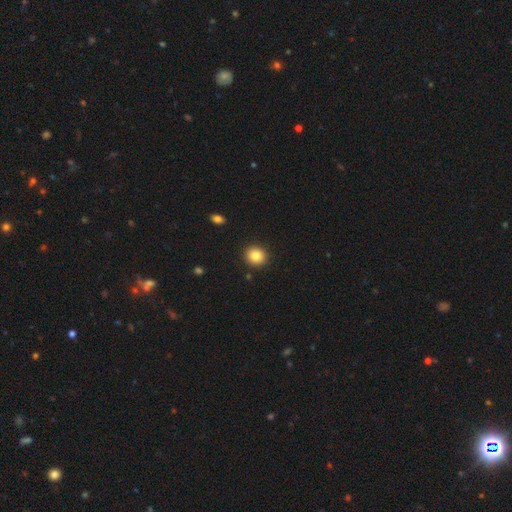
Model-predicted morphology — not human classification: Smooth or featured? smooth (83%)
How rounded? round (84%)
Merging? none (92%)